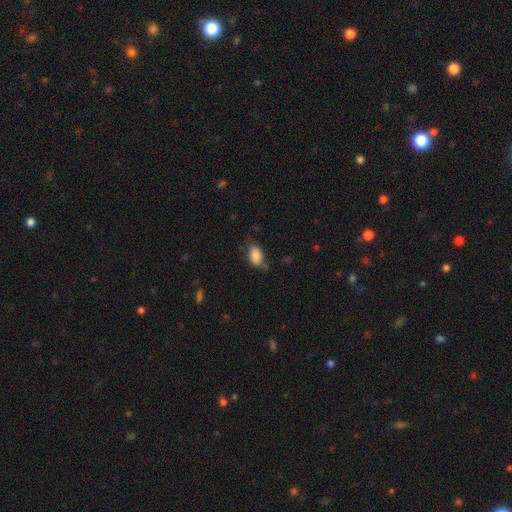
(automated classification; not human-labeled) Overall: smooth (86%). How rounded: in between (86%). Merging: none (61%; minor disturbance 28%).